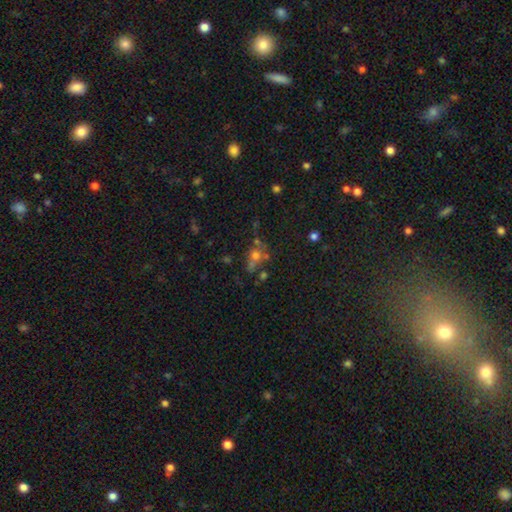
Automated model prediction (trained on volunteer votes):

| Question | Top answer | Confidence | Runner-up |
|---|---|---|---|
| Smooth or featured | smooth | 50% | star or artifact (25%) |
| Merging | none | 41% | merger (30%) |